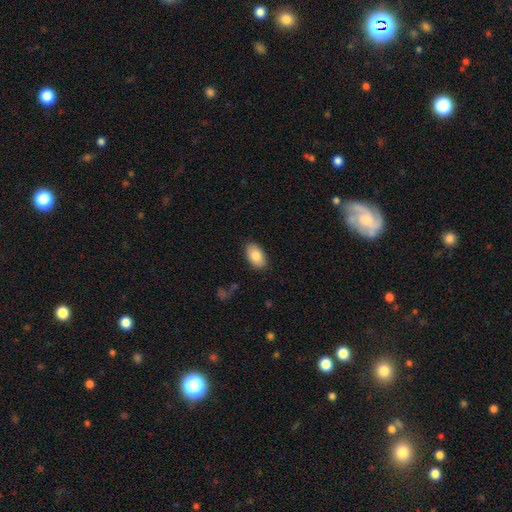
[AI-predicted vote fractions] Q: Smooth or featured?
A: smooth (83%); runner-up: featured or disk (10%)
Q: How rounded?
A: in between (93%); runner-up: round (5%)
Q: Merging?
A: none (88%); runner-up: minor disturbance (9%)